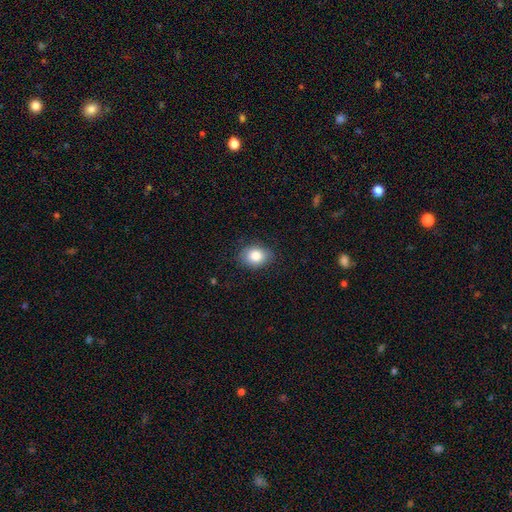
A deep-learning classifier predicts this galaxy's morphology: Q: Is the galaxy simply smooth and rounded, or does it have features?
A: smooth — 82%.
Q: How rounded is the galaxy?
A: in between — 61%.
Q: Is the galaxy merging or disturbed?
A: none — 85%.